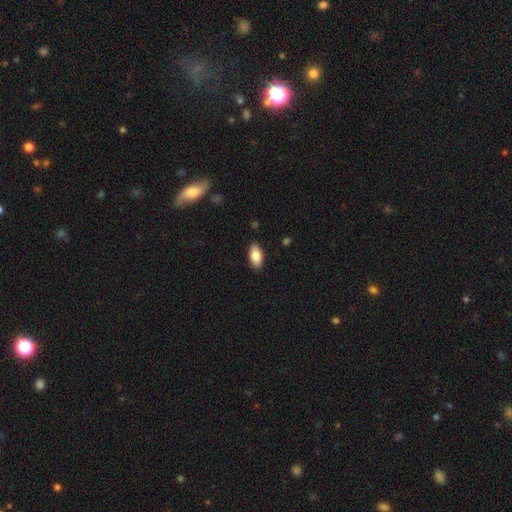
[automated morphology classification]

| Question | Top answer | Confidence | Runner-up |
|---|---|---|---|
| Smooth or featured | smooth | 84% | featured or disk (10%) |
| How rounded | in between | 92% | cigar-shaped (6%) |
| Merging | none | 88% | minor disturbance (9%) |